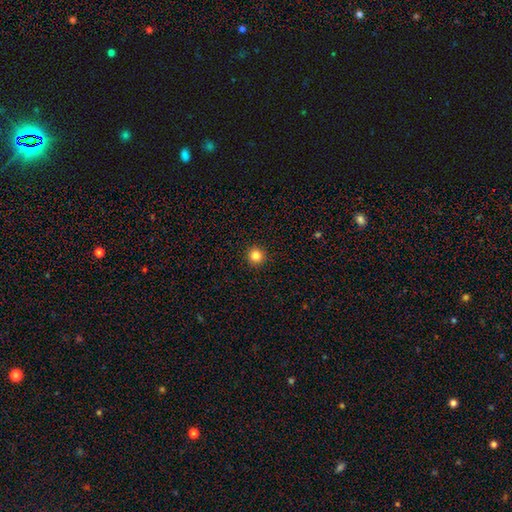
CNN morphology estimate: Q: Smooth or featured?
A: smooth (84%); runner-up: star or artifact (12%)
Q: How rounded?
A: round (96%); runner-up: in between (3%)
Q: Merging?
A: none (94%); runner-up: minor disturbance (4%)